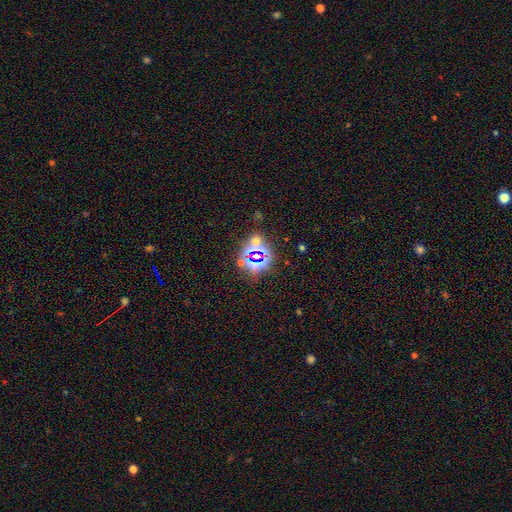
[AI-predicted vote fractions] Overall: star or artifact (71%).